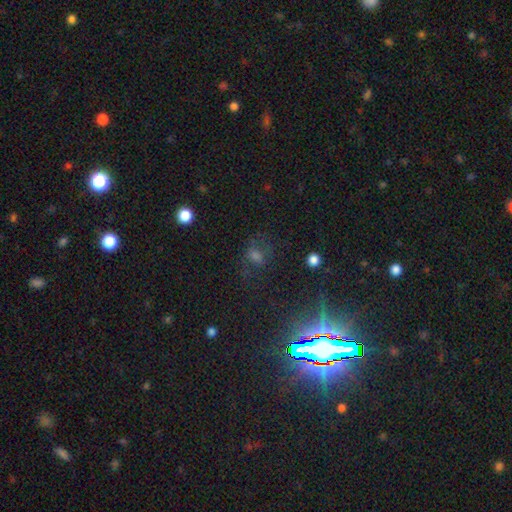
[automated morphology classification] This appears to be a star or artifact, not a galaxy (58%).